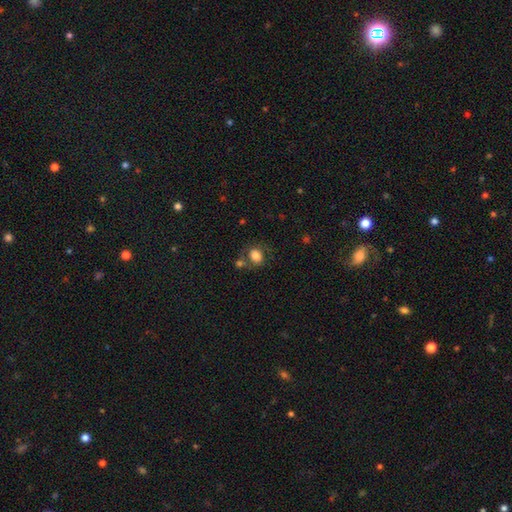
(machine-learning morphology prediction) A smooth galaxy with no disk features (79%) that is round (54%). Merging: none (56%).